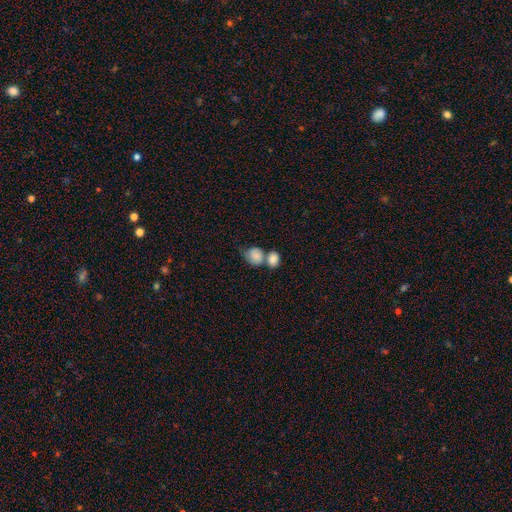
Smooth or featured? 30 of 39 (77%) said smooth. How rounded? 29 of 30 (97%) said round. Merging? 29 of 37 (78%) said merger.